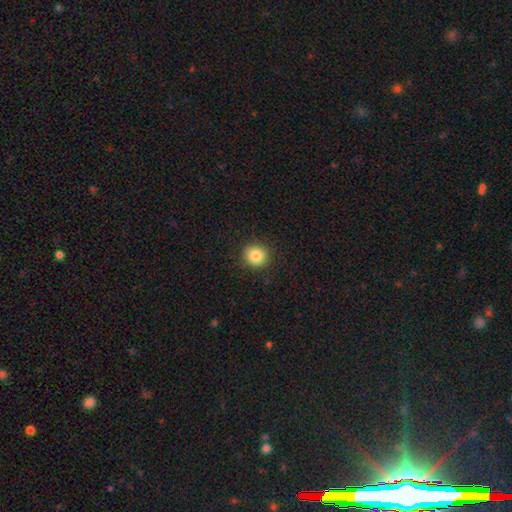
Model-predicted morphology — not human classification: smooth_or_featured: smooth (p=0.84) [alt: star or artifact p=0.10]
how_rounded: round (p=0.89) [alt: in between p=0.10]
merging: none (p=0.90) [alt: minor disturbance p=0.07]